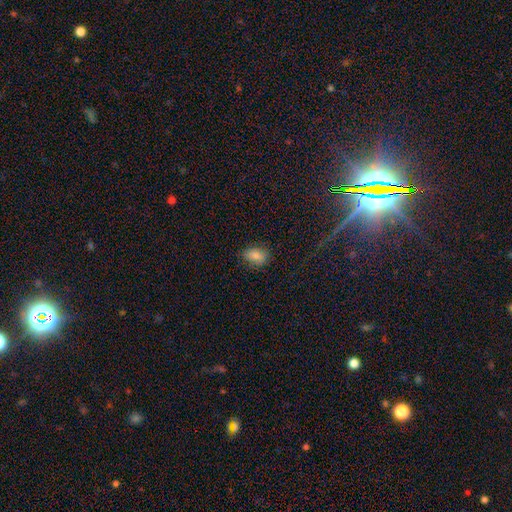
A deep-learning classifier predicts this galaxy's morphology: smooth-or-featured: smooth: 82% | star or artifact: 10% | featured or disk: 8%
  how-rounded: in between: 80% | round: 18% | cigar-shaped: 2%
  merging: none: 81% | minor disturbance: 15% | major disturbance: 3% | merger: 1%